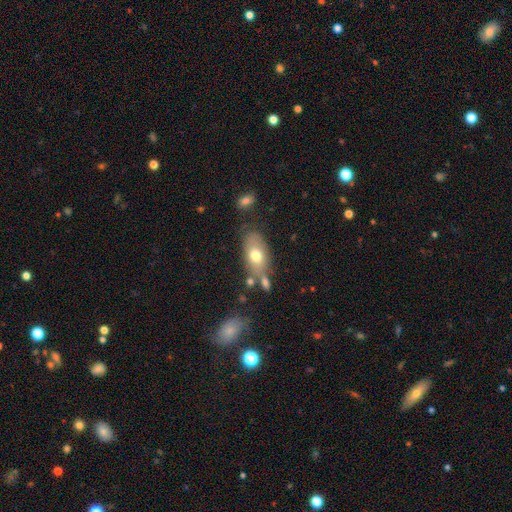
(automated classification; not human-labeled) smooth 70%, featured or disk 22%, star or artifact 8%. Down the decision tree: how rounded — in between (87%); merging — none (60%).